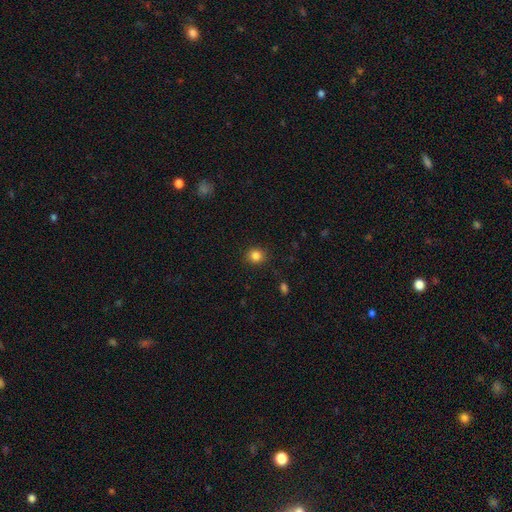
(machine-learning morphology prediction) Overall: smooth (84%). How rounded: round (87%). Merging: none (89%).